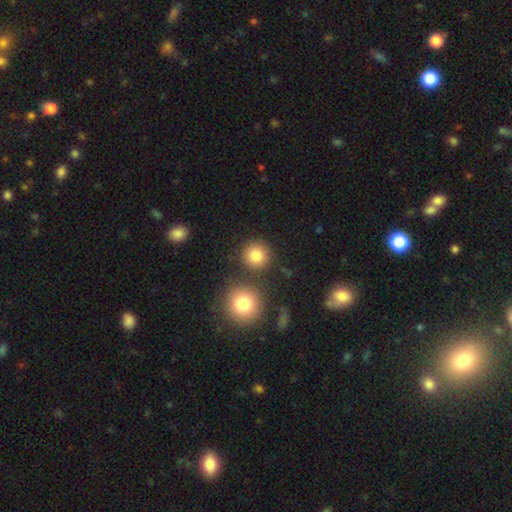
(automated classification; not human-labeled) Smooth or featured: smooth — 82% (star or artifact — 11%)
How rounded: round — 93% (in between — 6%)
Merging: none — 81% (merger — 9%)